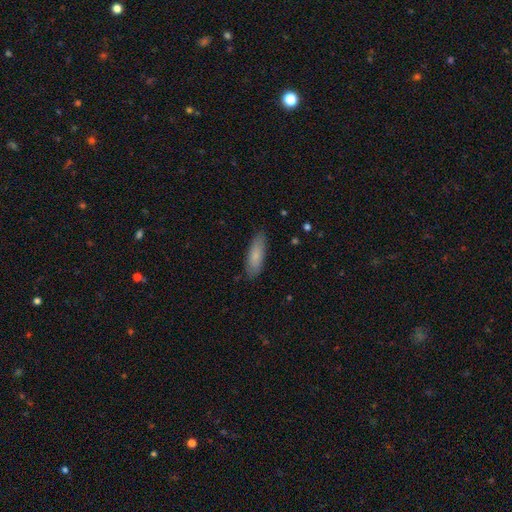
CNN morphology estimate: smooth_or_featured: smooth (p=0.81) [alt: featured or disk p=0.13]
how_rounded: in between (p=0.52) [alt: cigar-shaped p=0.46]
merging: none (p=0.84) [alt: minor disturbance p=0.13]